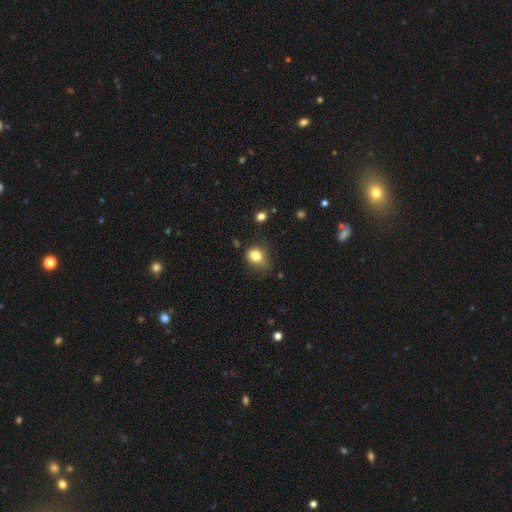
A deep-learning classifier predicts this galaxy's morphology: This appears to be a smooth galaxy with no disk features (81%) that is round (52%). Merging: none (58%).